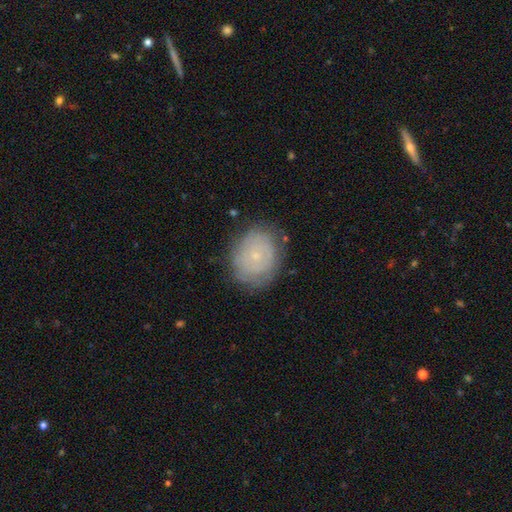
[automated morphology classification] smooth_or_featured: featured or disk (p=0.46) [tied with: smooth p=0.46]
merging: none (p=0.76) [alt: minor disturbance p=0.17]